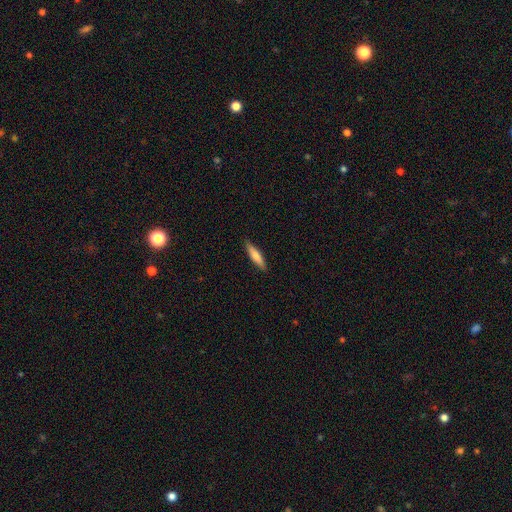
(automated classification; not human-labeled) The model was most divided on "smooth or featured": smooth: 71%, featured or disk: 23%, star or artifact: 5%. More confident: merging — none (89%); how rounded — cigar-shaped (80%).